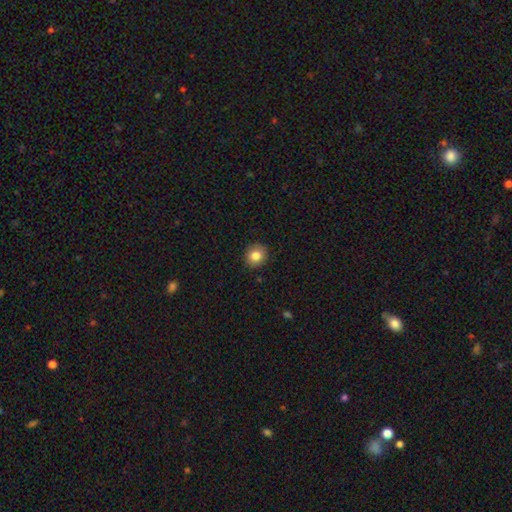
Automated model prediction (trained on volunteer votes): Overall: smooth (82%). How rounded: round (84%). Merging: none (90%).